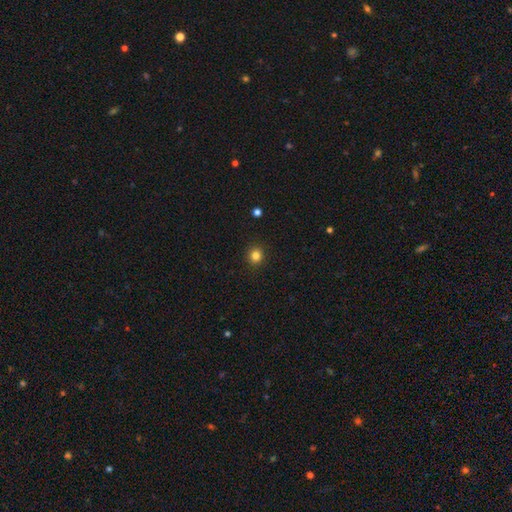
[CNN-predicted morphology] The model was most divided on "smooth or featured": smooth: 83%, star or artifact: 13%, featured or disk: 4%. More confident: merging — none (92%); how rounded — round (90%).